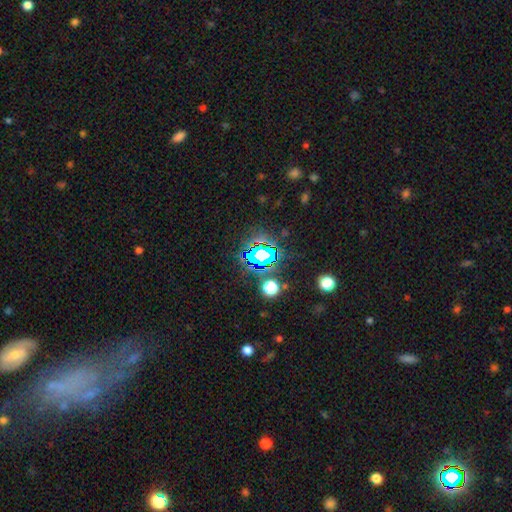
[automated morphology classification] type=star or artifact (76%).